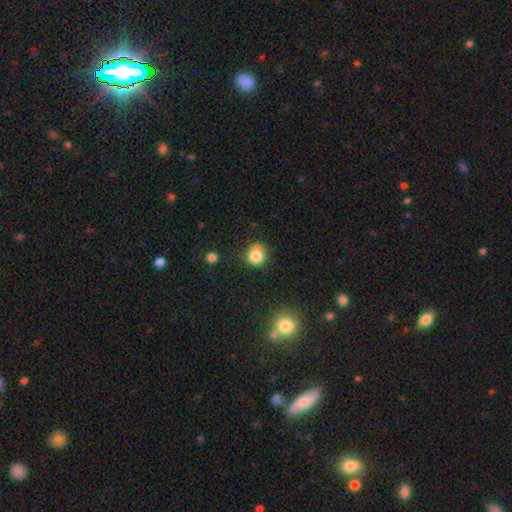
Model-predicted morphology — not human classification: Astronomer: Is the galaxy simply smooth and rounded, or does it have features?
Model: smooth — 81%.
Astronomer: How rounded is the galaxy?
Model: round — 83%.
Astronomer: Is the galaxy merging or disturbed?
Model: none — 59%.